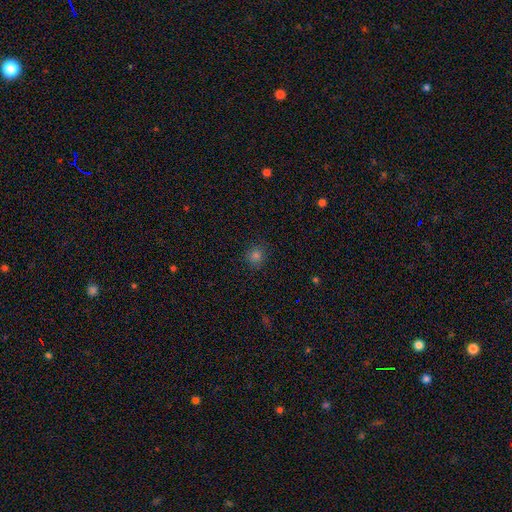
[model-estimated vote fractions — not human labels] The model was most divided on "smooth or featured": smooth: 79%, star or artifact: 17%, featured or disk: 4%. More confident: merging — none (87%); how rounded — round (83%).